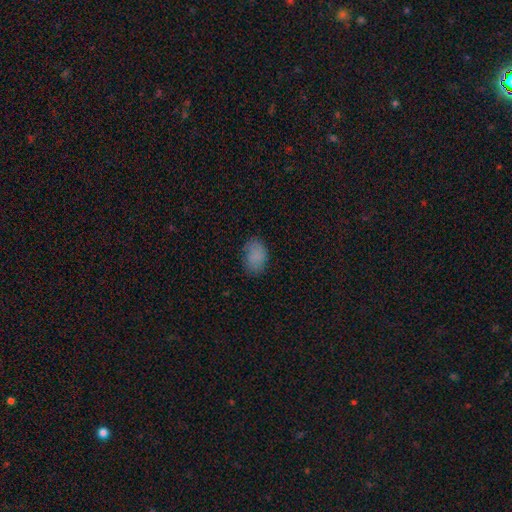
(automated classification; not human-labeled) Q: Smooth or featured?
A: smooth (83%); runner-up: star or artifact (10%)
Q: How rounded?
A: in between (85%); runner-up: round (14%)
Q: Merging?
A: none (77%); runner-up: minor disturbance (17%)